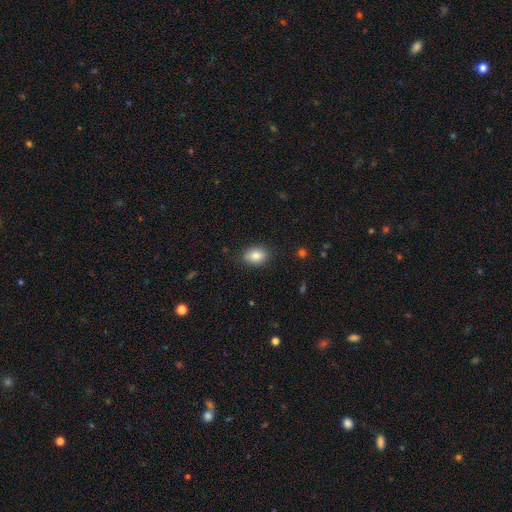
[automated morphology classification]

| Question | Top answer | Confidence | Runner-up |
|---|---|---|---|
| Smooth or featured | smooth | 83% | featured or disk (9%) |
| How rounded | in between | 70% | round (29%) |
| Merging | none | 84% | minor disturbance (13%) |